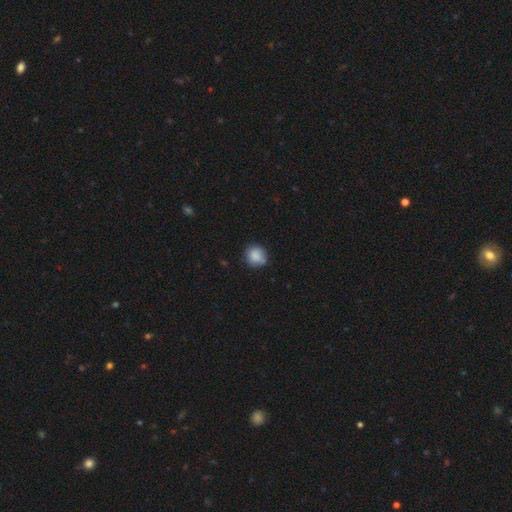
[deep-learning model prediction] Morphology: type=smooth (84%); roundness=round (82%); merging=none (65%).